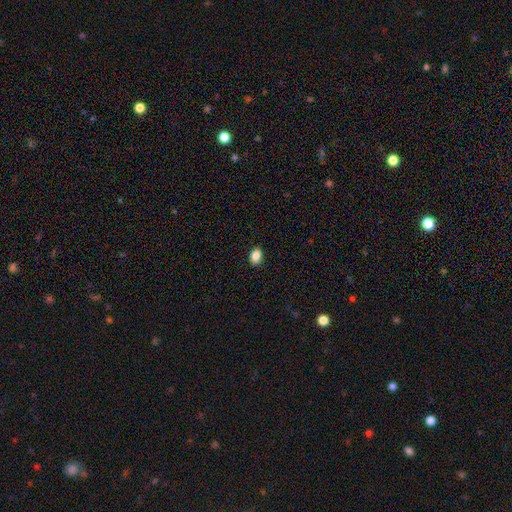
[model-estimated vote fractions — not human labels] smooth_or_featured: smooth (p=0.86) [alt: star or artifact p=0.09]
how_rounded: in between (p=0.75) [alt: round p=0.24]
merging: none (p=0.90) [alt: minor disturbance p=0.08]